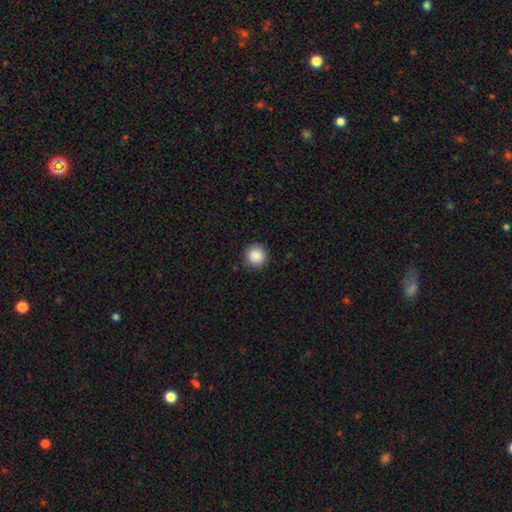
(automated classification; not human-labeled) The model was most divided on "smooth or featured": smooth: 88%, star or artifact: 9%, featured or disk: 3%. More confident: how rounded — round (94%); merging — none (90%).